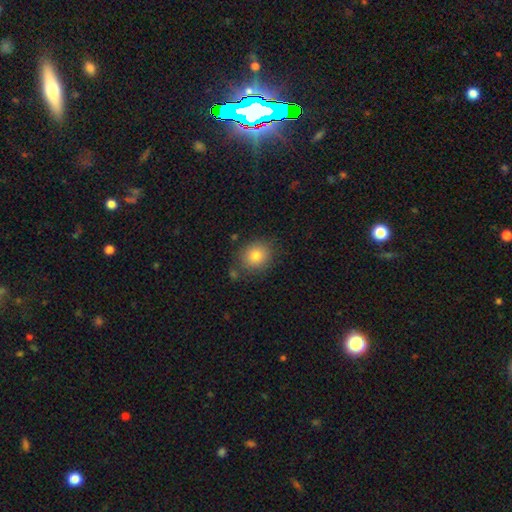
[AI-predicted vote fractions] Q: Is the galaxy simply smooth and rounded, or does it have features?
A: smooth — 81%.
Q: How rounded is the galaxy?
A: round — 76%.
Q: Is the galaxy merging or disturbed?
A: none — 80%.